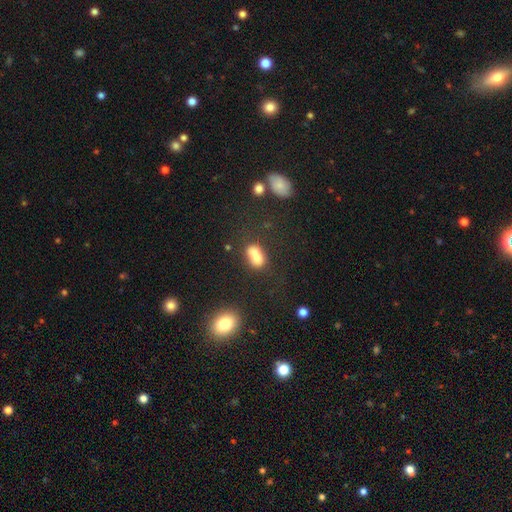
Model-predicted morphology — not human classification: Smooth or featured? Predicted: smooth (p=0.73). How rounded? Predicted: in between (p=0.79). Merging? Predicted: none (p=0.39).